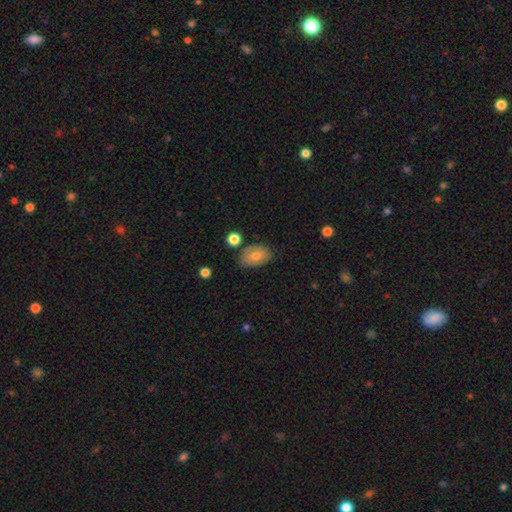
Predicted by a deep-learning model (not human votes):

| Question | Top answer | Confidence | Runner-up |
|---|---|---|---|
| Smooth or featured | smooth | 60% | featured or disk (32%) |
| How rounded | in between | 84% | round (14%) |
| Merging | none | 73% | minor disturbance (18%) |